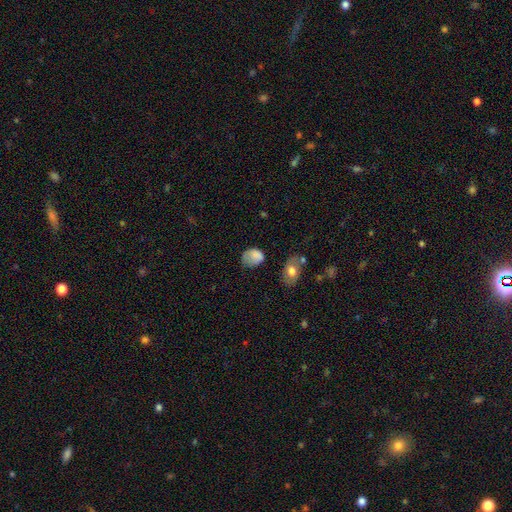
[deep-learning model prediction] The model was most divided on "merging": none: 43%, minor disturbance: 35%, major disturbance: 18%, merger: 4%. More confident: smooth or featured — smooth (78%); how rounded — in between (59%).